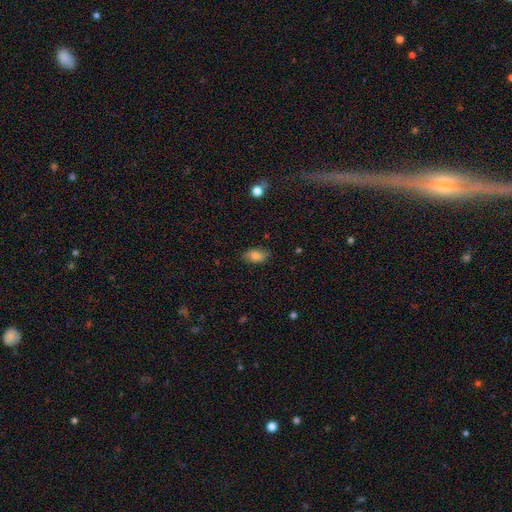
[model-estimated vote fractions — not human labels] smooth-or-featured: smooth: 80% | featured or disk: 12% | star or artifact: 8%
  how-rounded: in between: 89% | round: 8% | cigar-shaped: 3%
  merging: none: 80% | minor disturbance: 16% | major disturbance: 3% | merger: 1%